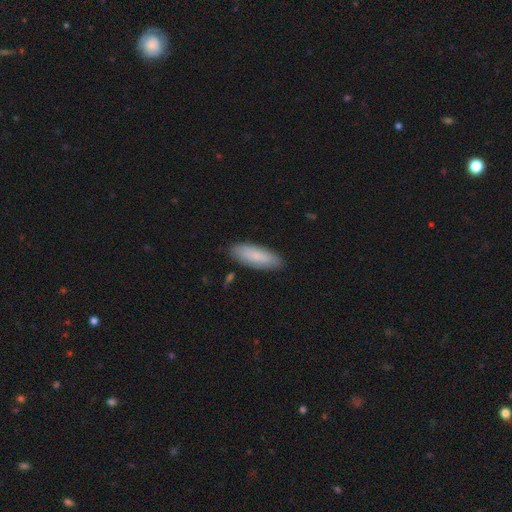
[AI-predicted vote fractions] A smooth galaxy with no disk features (82%) that is in between round and cigar-shaped (64%). Merging: none (85%).